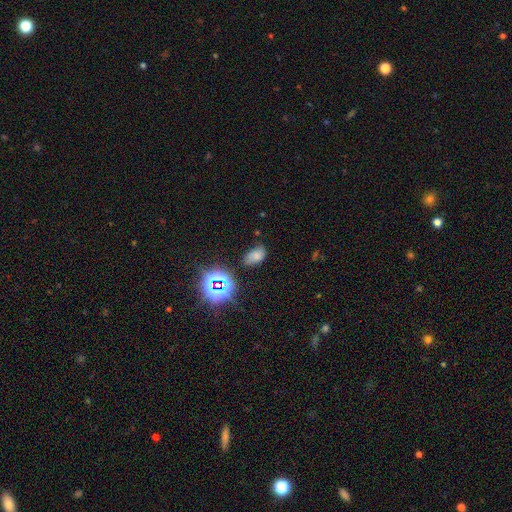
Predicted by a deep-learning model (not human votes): Smooth or featured: smooth — 62% (star or artifact — 25%)
How rounded: in between — 89% (round — 9%)
Merging: none — 64% (minor disturbance — 24%)